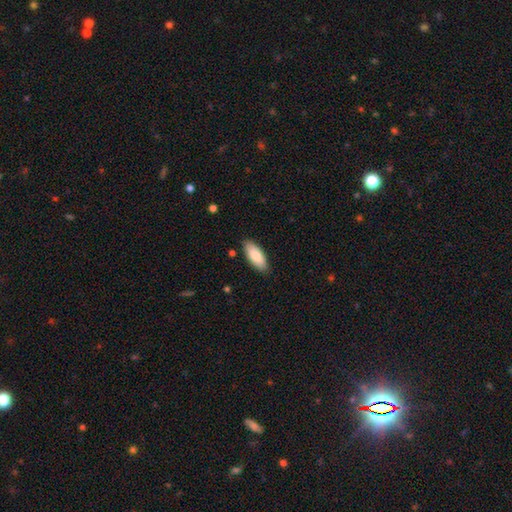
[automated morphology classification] Smooth or featured? Predicted: smooth (p=0.83). How rounded? Predicted: in between (p=0.80). Merging? Predicted: none (p=0.87).